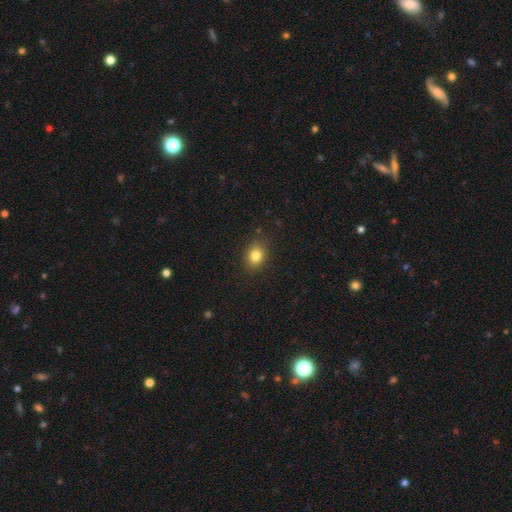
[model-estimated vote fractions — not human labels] This appears to be a smooth galaxy with no disk features (82%) that is in between round and cigar-shaped (53%). Merging: none (85%).